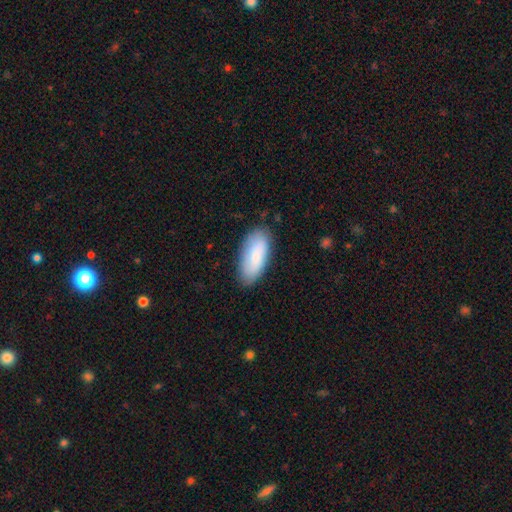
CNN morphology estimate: This is likely a smooth galaxy (79%). How rounded: clearly in between (87%). Merging: clearly none (83%).